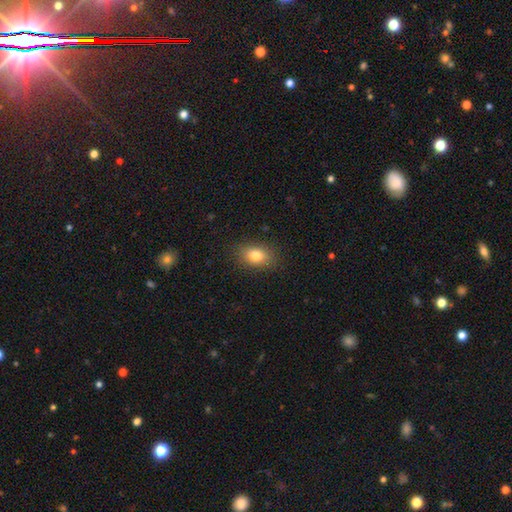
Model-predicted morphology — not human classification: smooth-or-featured: smooth: 81% | star or artifact: 10% | featured or disk: 9%
  how-rounded: in between: 79% | round: 19% | cigar-shaped: 2%
  merging: none: 87% | minor disturbance: 10% | major disturbance: 3% | merger: 1%